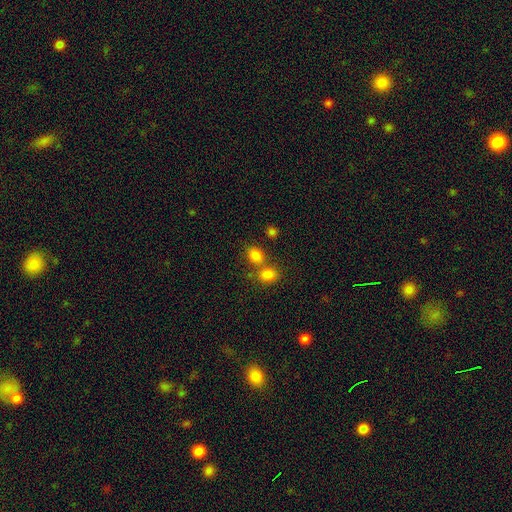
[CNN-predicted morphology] A smooth galaxy with no disk features (80%) that is in between round and cigar-shaped (51%).

Vote fractions:
- Smooth or featured? smooth: 80% / star or artifact: 12% / featured or disk: 7%
- How rounded? in between: 51% / round: 47% / cigar-shaped: 1%
- Merging? none: 51% / merger: 37% / minor disturbance: 8% / major disturbance: 3%